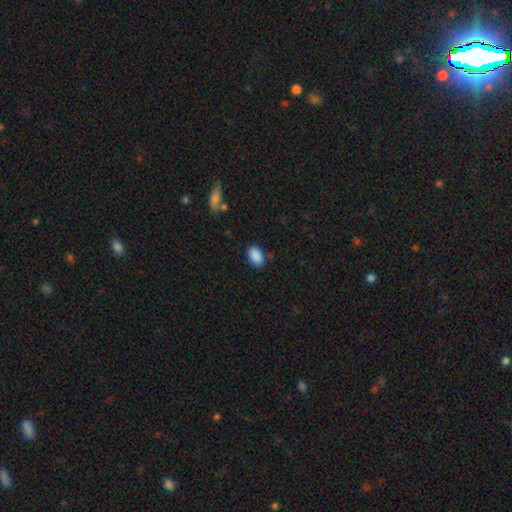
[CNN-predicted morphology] smooth-or-featured: smooth: 89% | star or artifact: 8% | featured or disk: 3%
  how-rounded: in between: 91% | round: 8% | cigar-shaped: 2%
  merging: none: 83% | minor disturbance: 12% | major disturbance: 3% | merger: 2%